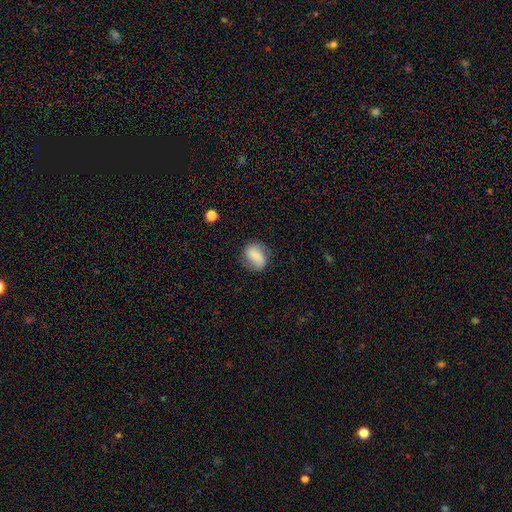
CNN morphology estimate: Smooth or featured? smooth (70%)
How rounded? in between (59%)
Merging? none (67%)